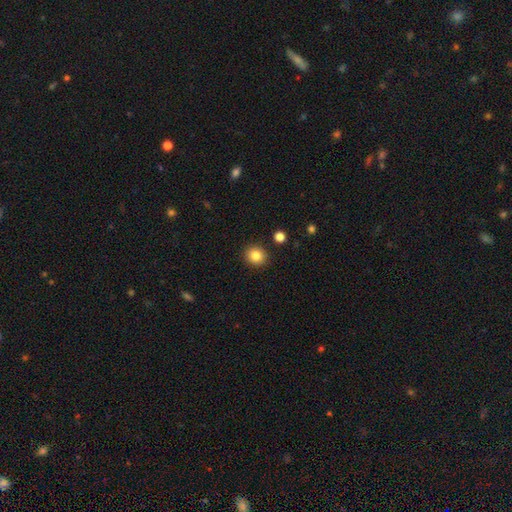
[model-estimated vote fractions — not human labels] Smooth or featured?
  - smooth: 84% *
  - star or artifact: 10%
  - featured or disk: 6%
How rounded?
  - round: 82% *
  - in between: 17%
  - cigar-shaped: 1%
Merging?
  - none: 89% *
  - minor disturbance: 7%
  - merger: 2%
  - major disturbance: 2%